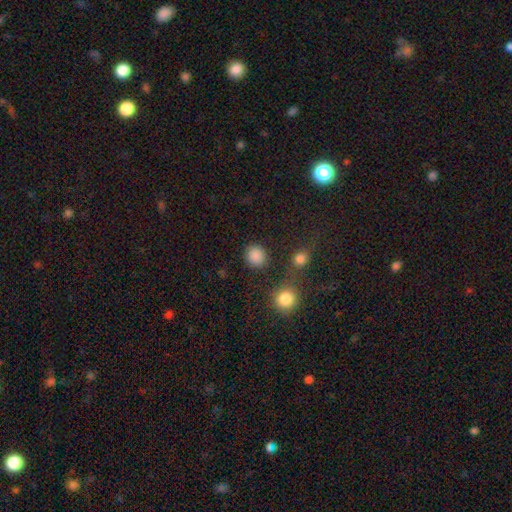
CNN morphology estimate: Smooth or featured? Predicted: smooth (p=0.86). How rounded? Predicted: round (p=0.84). Merging? Predicted: none (p=0.84).